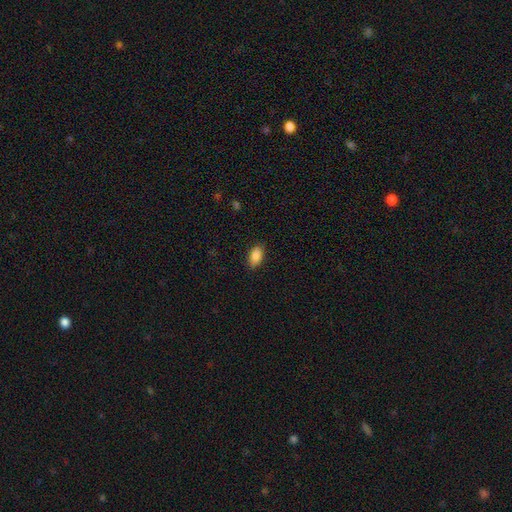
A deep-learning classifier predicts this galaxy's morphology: smooth-or-featured: smooth: 89% | star or artifact: 7% | featured or disk: 4%
  how-rounded: in between: 92% | round: 5% | cigar-shaped: 3%
  merging: none: 86% | minor disturbance: 11% | major disturbance: 3% | merger: 1%